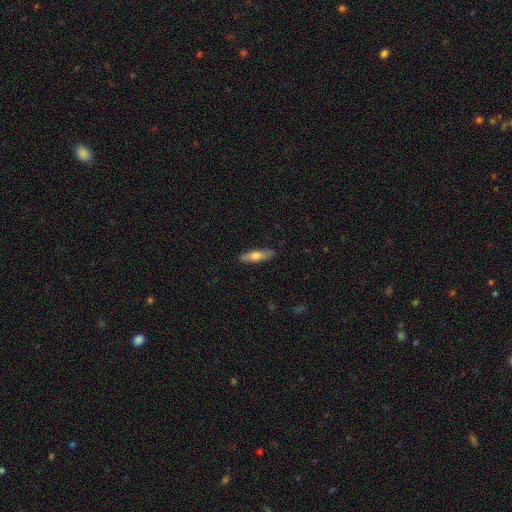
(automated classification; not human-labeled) Smooth or featured? smooth (65%)
How rounded? cigar-shaped (66%)
Merging? none (89%)